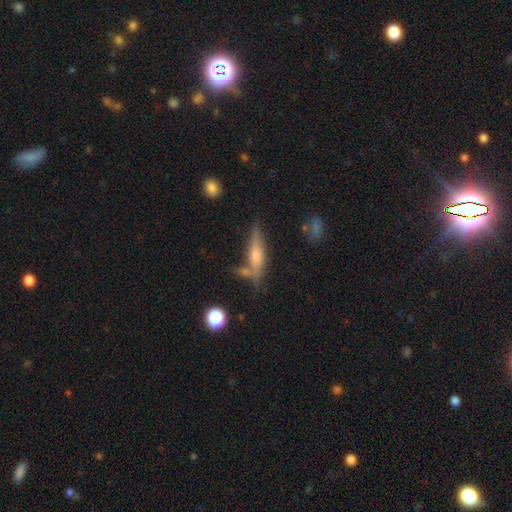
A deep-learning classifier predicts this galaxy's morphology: Q: Smooth or featured?
A: featured or disk (48%); runner-up: smooth (43%)
Q: Merging?
A: none (56%); runner-up: minor disturbance (20%)